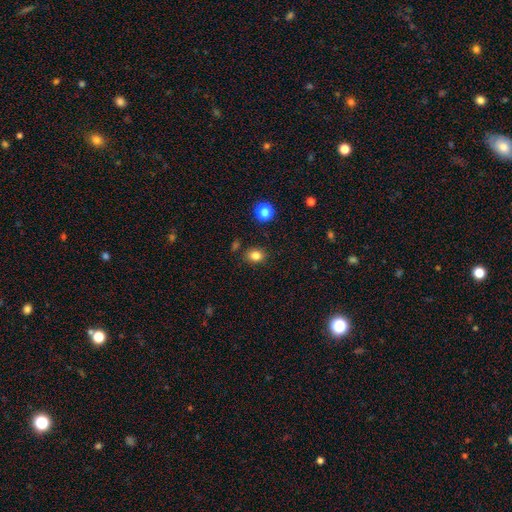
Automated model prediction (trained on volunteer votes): This appears to be a smooth galaxy with no disk features (82%) that is in between round and cigar-shaped (51%). Merging: none (84%).